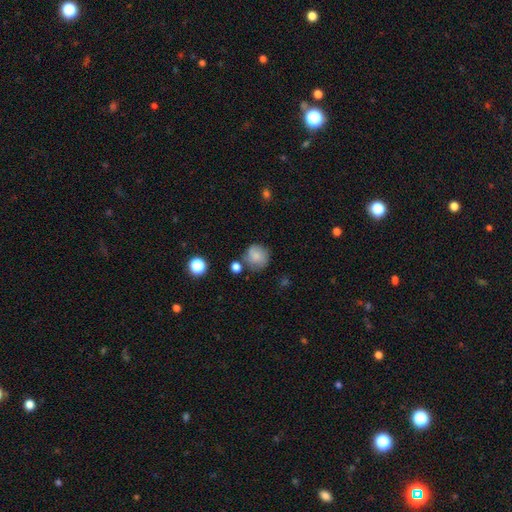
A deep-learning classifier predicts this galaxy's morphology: This appears to be a smooth galaxy with no disk features (76%) that is round (87%). Merging: none (64%).